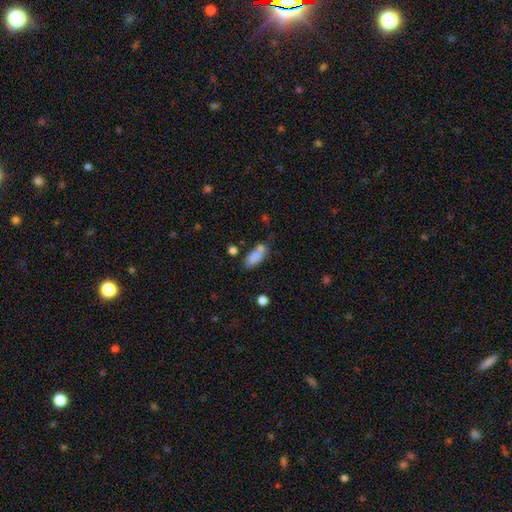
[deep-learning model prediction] A smooth galaxy with no disk features (81%) that is in between round and cigar-shaped (77%). Merging: none (49%).